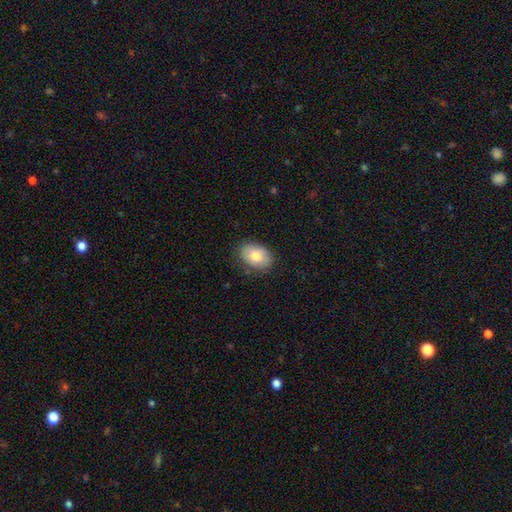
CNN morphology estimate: type=smooth (82%); roundness=in between (83%); merging=none (83%).